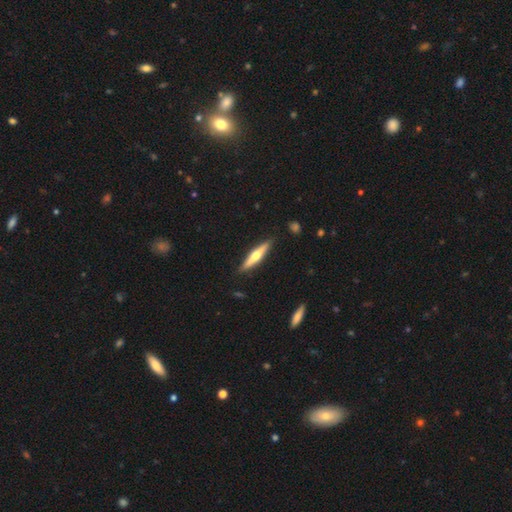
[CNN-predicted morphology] Smooth or featured? featured or disk (56%)
Edge-on disk? yes (95%)
Edge-on bulge? rounded (88%)
Merging? none (89%)